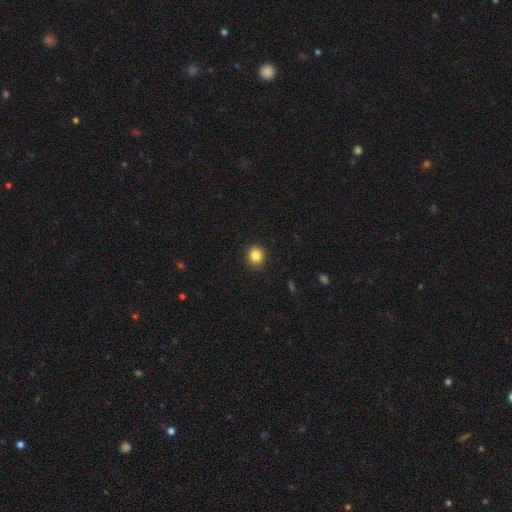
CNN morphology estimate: This is clearly a smooth galaxy (84%). How rounded: clearly round (83%). Merging: clearly none (88%).